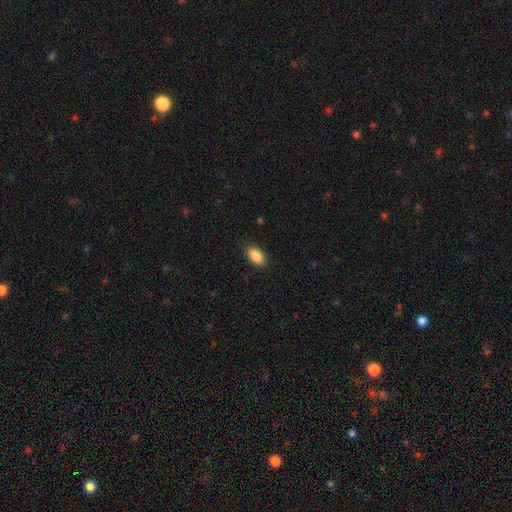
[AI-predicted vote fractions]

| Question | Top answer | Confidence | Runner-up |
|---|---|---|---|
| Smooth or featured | smooth | 89% | star or artifact (7%) |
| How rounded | in between | 93% | round (4%) |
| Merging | none | 86% | minor disturbance (11%) |